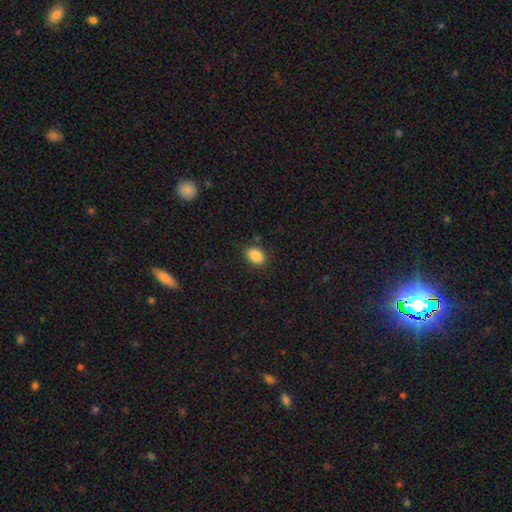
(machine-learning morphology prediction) Smooth or featured? smooth (87%)
How rounded? in between (74%)
Merging? none (83%)